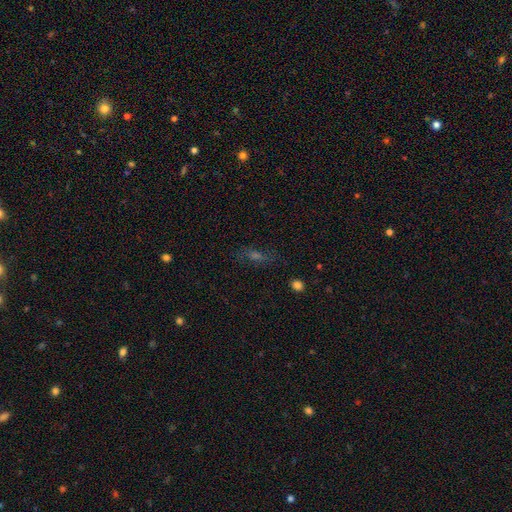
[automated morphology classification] Smooth or featured: smooth — 35% (star or artifact — 33%)
Merging: none — 74% (minor disturbance — 14%)